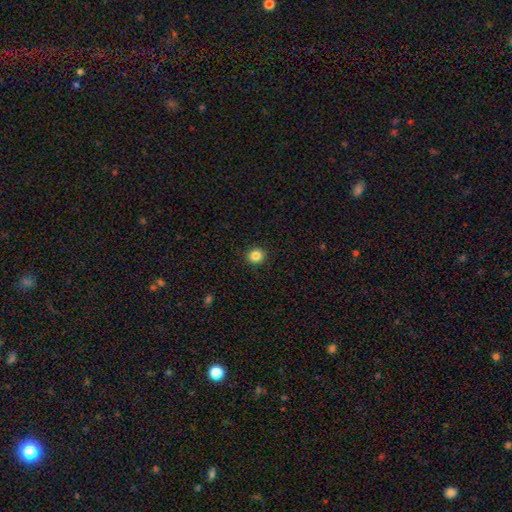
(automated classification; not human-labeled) smooth-or-featured: smooth: 85% | star or artifact: 11% | featured or disk: 4%
  how-rounded: round: 88% | in between: 11% | cigar-shaped: 1%
  merging: none: 92% | minor disturbance: 5% | major disturbance: 2% | merger: 1%